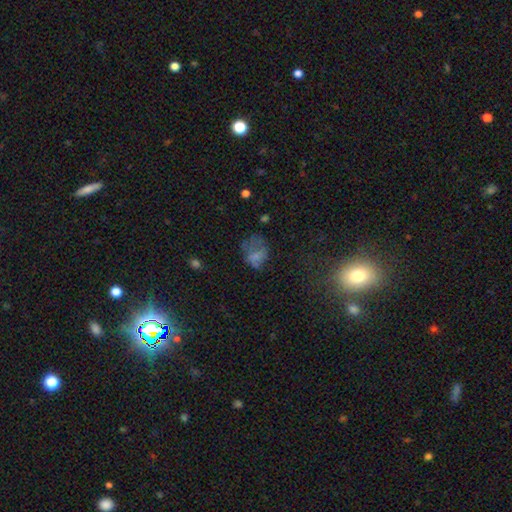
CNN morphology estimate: This is possibly a smooth galaxy (55%). How rounded: possibly in between (56%). Merging: marginally none (37%).